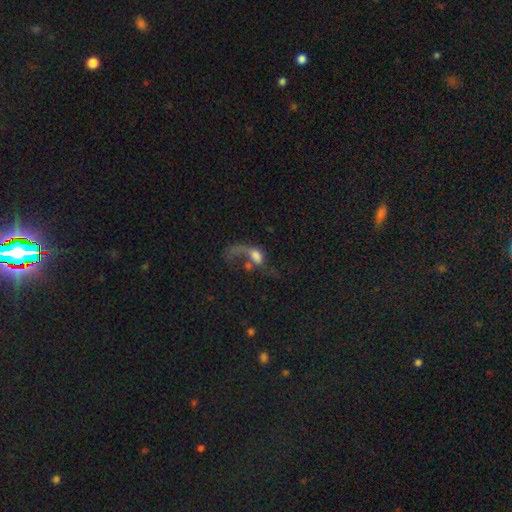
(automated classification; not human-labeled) A featured or disk galaxy (44%, tied with smooth). Merging: major disturbance (50%).